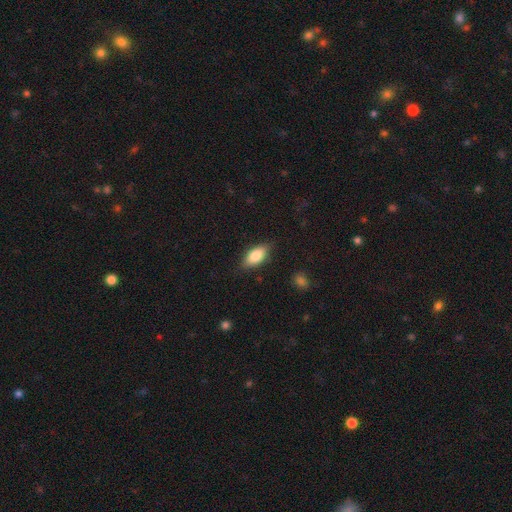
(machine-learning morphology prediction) Smooth or featured: smooth — 81% (featured or disk — 12%)
How rounded: in between — 87% (cigar-shaped — 10%)
Merging: none — 81% (minor disturbance — 15%)